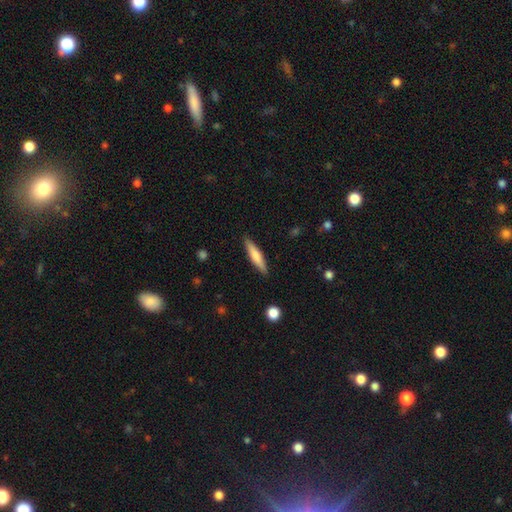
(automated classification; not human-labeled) smooth-or-featured: smooth: 66% | featured or disk: 28% | star or artifact: 5%
  how-rounded: cigar-shaped: 85% | in between: 14% | round: 1%
  merging: none: 89% | minor disturbance: 8% | major disturbance: 2% | merger: 1%